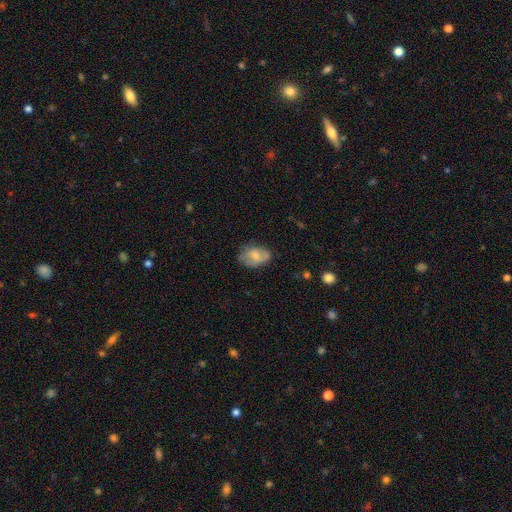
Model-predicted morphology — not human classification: smooth_or_featured: smooth (p=0.63) [alt: featured or disk p=0.29]
how_rounded: in between (p=0.84) [alt: round p=0.15]
merging: none (p=0.62) [alt: minor disturbance p=0.27]